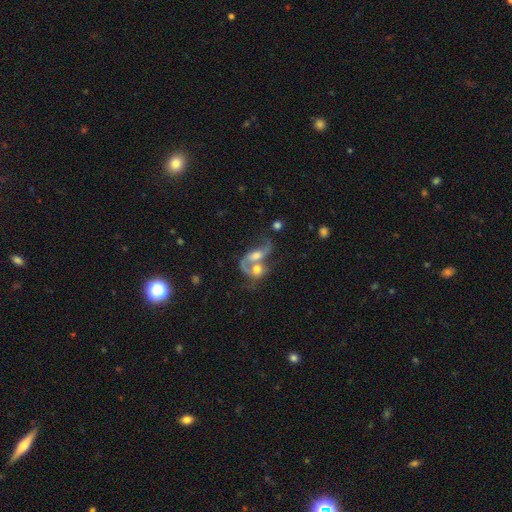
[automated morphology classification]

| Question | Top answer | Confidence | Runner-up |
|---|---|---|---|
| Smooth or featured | featured or disk | 67% | smooth (24%) |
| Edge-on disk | no | 95% | yes (5%) |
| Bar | no | 56% | weak (32%) |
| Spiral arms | yes | 81% | no (19%) |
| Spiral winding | loose | 64% | medium (28%) |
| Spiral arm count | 2 | 72% | 1 (17%) |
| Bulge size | moderate | 54% | large (20%) |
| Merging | merger | 72% | none (13%) |